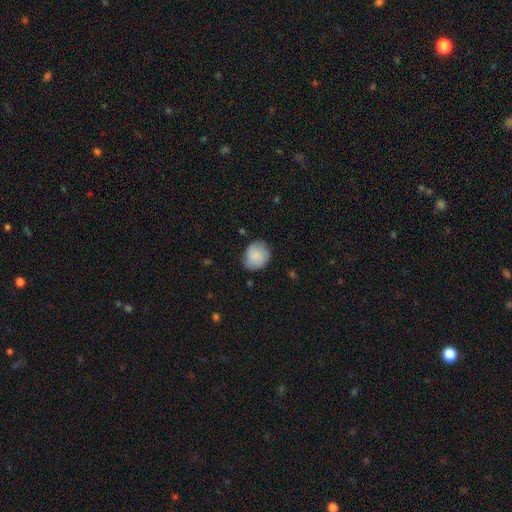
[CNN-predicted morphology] Overall: smooth (84%). How rounded: round (70%). Merging: none (75%).